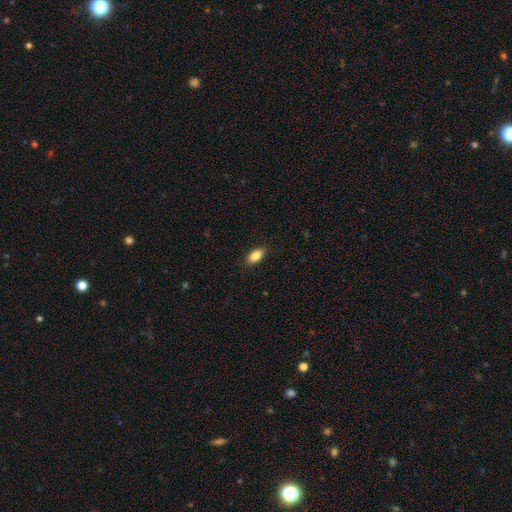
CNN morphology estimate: Q: Smooth or featured?
A: smooth (84%); runner-up: featured or disk (9%)
Q: How rounded?
A: in between (89%); runner-up: cigar-shaped (7%)
Q: Merging?
A: none (88%); runner-up: minor disturbance (9%)